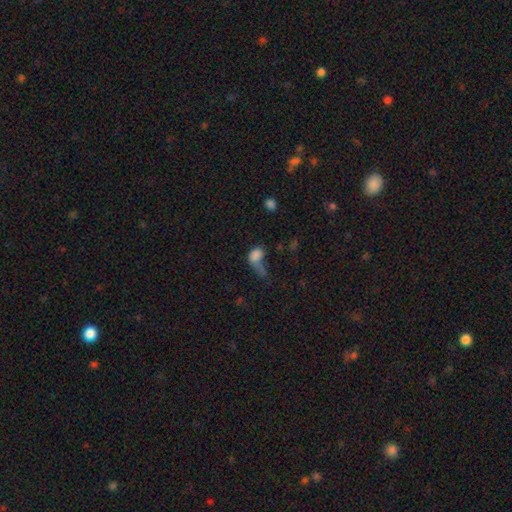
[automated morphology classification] The model was most divided on "merging": major disturbance: 36%, merger: 27%, none: 22%, minor disturbance: 15%. More confident: smooth or featured — smooth (74%); how rounded — in between (72%).